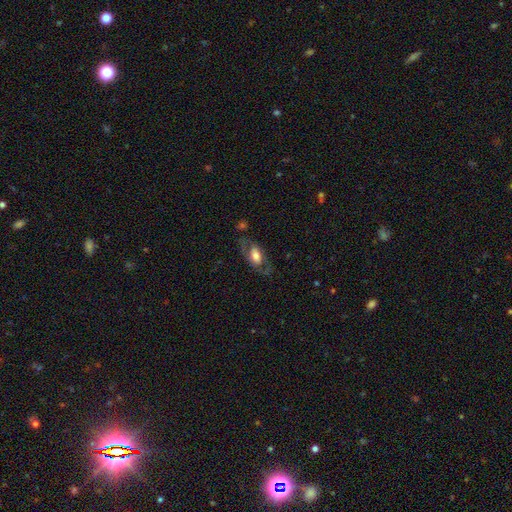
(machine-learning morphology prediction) featured or disk 47%, smooth 46%, star or artifact 7%. Down the decision tree: merging — none (60%).